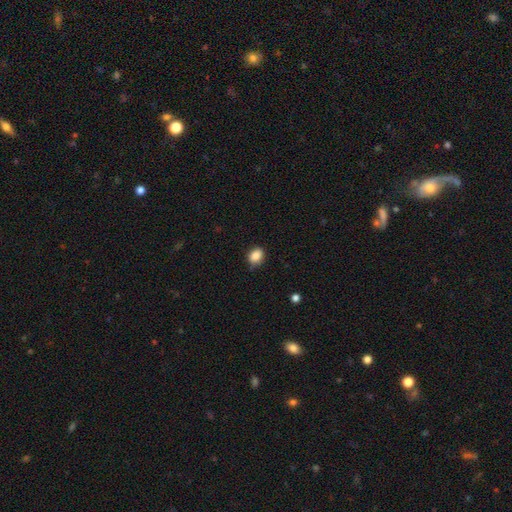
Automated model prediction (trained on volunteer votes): Smooth or featured? Predicted: smooth (p=0.87). How rounded? Predicted: in between (p=0.58). Merging? Predicted: none (p=0.75).